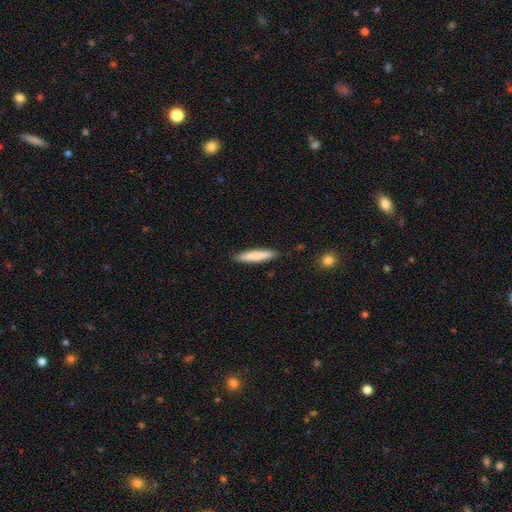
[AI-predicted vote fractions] Overall: smooth (80%). How rounded: cigar-shaped (89%). Merging: none (90%).